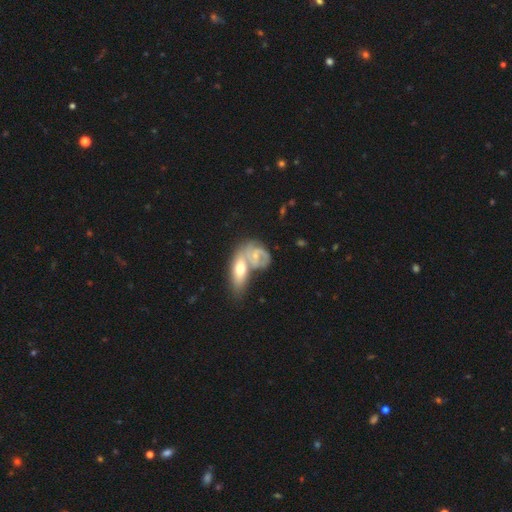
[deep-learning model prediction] smooth_or_featured: featured or disk (p=0.64) [alt: smooth p=0.29]
disk_edge_on: no (p=0.91) [alt: yes p=0.09]
bar: no (p=0.66) [alt: weak p=0.28]
has_spiral_arms: yes (p=0.75) [alt: no p=0.25]
bulge_size: small (p=0.49) [alt: moderate p=0.41]
merging: merger (p=0.53) [alt: none p=0.27]